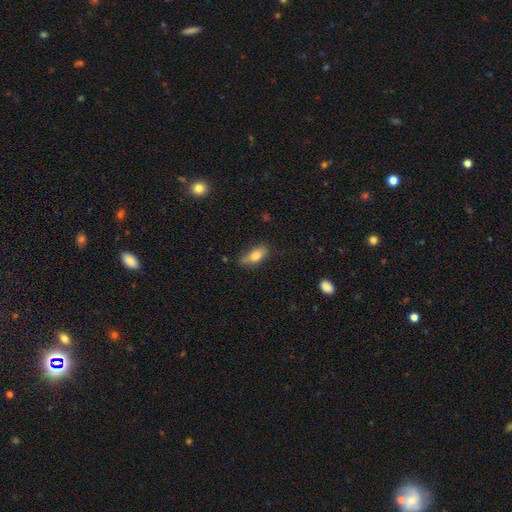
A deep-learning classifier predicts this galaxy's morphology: Q: Smooth or featured?
A: smooth (76%); runner-up: featured or disk (16%)
Q: How rounded?
A: in between (81%); runner-up: cigar-shaped (14%)
Q: Merging?
A: none (65%); runner-up: minor disturbance (26%)